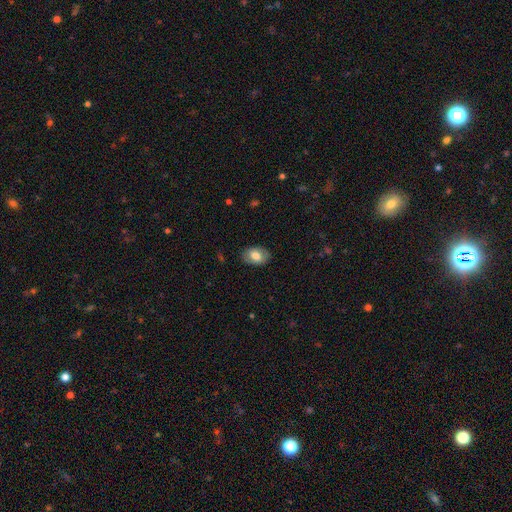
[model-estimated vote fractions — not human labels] smooth-or-featured: smooth: 72% | featured or disk: 22% | star or artifact: 7%
  how-rounded: in between: 86% | round: 13% | cigar-shaped: 1%
  merging: none: 84% | minor disturbance: 12% | major disturbance: 3% | merger: 1%